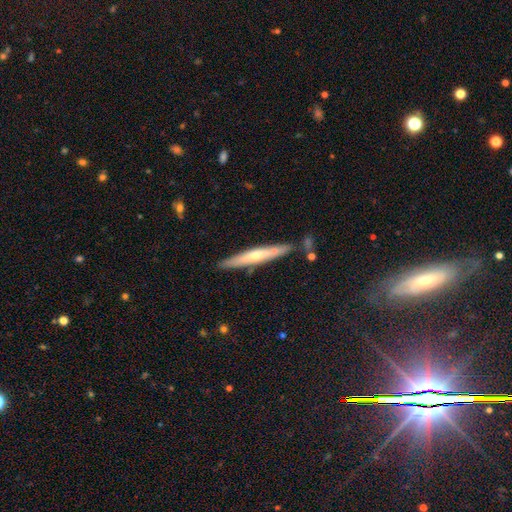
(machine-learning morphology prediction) The model was most divided on "smooth or featured": featured or disk: 55%, smooth: 39%, star or artifact: 6%. More confident: edge-on disk — yes (91%); merging — none (81%); edge-on bulge — rounded (65%).